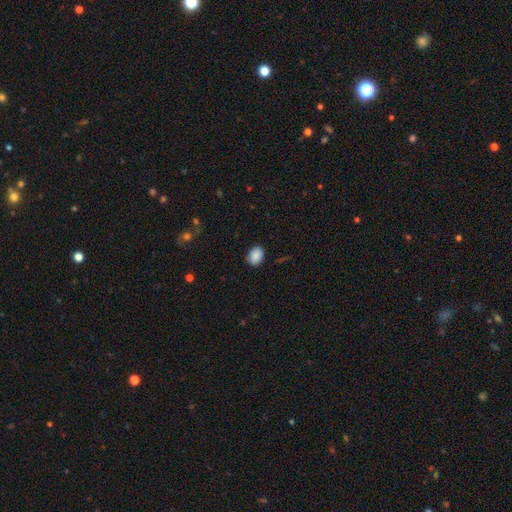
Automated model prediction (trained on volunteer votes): Smooth or featured? smooth (89%)
How rounded? in between (76%)
Merging? none (86%)